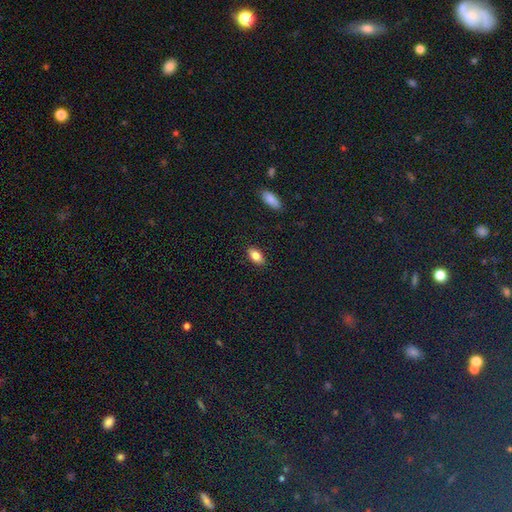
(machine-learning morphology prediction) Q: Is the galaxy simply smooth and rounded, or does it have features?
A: smooth — 81%.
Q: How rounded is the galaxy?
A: in between — 90%.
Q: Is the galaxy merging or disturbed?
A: none — 88%.